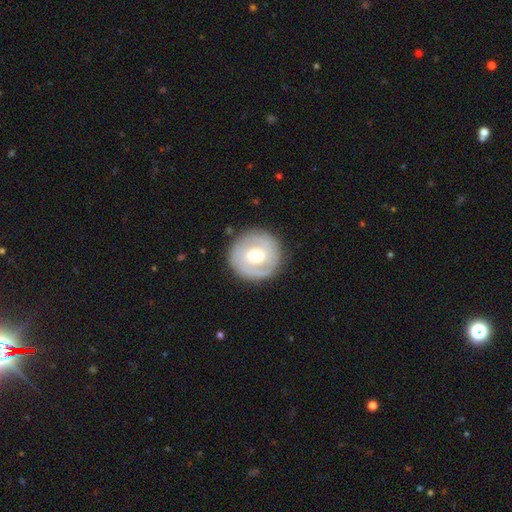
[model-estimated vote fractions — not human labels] The model was most divided on "spiral arms": yes: 58%, no: 42%. More confident: edge-on disk — no (97%); merging — none (87%); bulge size — moderate (72%); smooth or featured — featured or disk (61%); bar — no (59%).